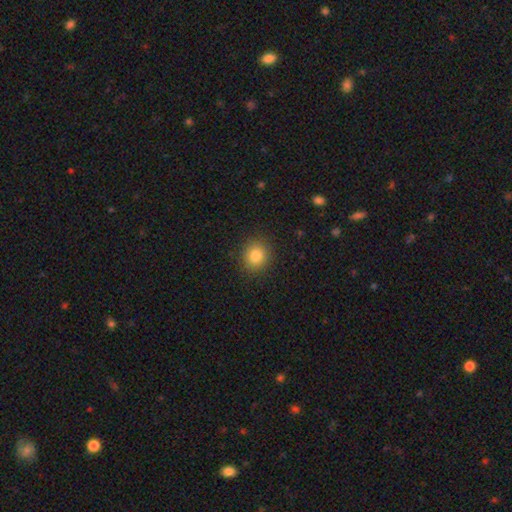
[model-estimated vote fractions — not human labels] Smooth or featured: smooth — 83% (star or artifact — 11%)
How rounded: round — 80% (in between — 19%)
Merging: none — 89% (minor disturbance — 7%)